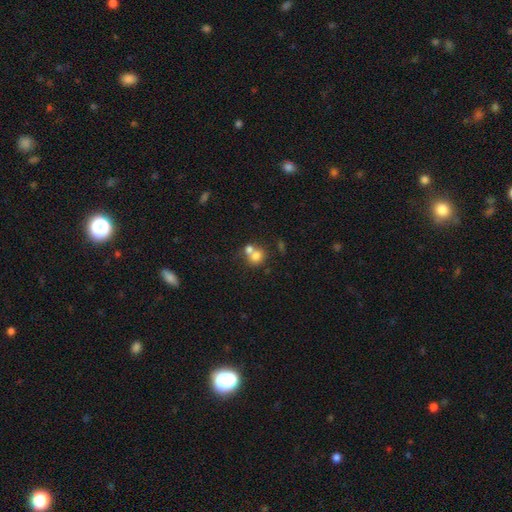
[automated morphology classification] Q: Smooth or featured?
A: smooth (75%); runner-up: featured or disk (14%)
Q: How rounded?
A: round (75%); runner-up: in between (24%)
Q: Merging?
A: merger (55%); runner-up: none (35%)